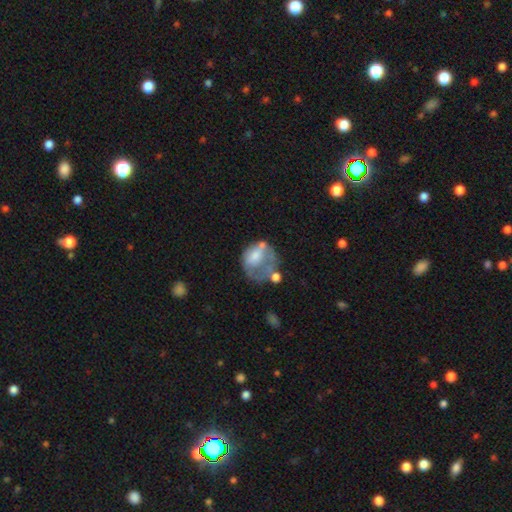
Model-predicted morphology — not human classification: smooth 47%, featured or disk 43%, star or artifact 10%. Down the decision tree: merging — major disturbance (33%).